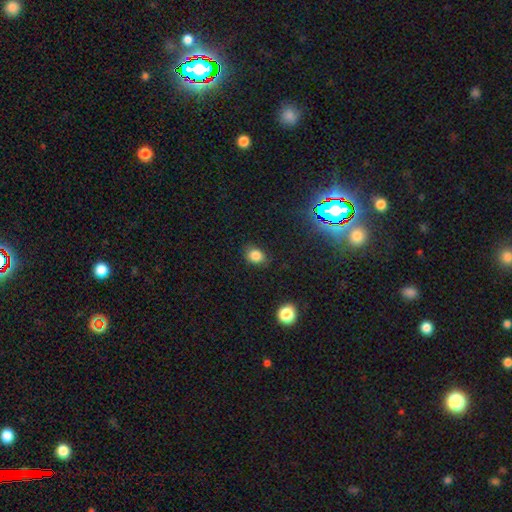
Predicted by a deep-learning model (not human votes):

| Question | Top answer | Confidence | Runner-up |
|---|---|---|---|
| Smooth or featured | smooth | 82% | star or artifact (13%) |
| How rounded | in between | 56% | round (43%) |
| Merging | none | 81% | minor disturbance (15%) |